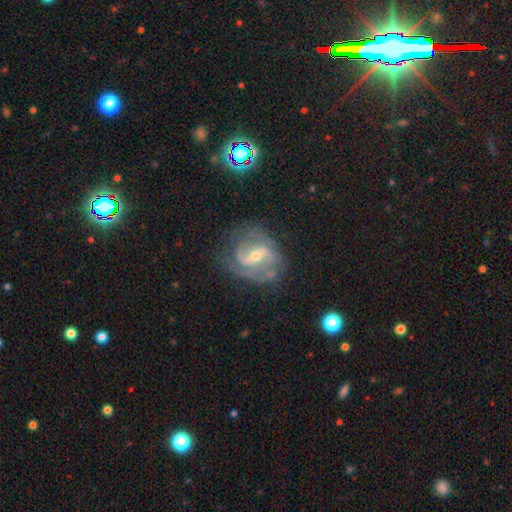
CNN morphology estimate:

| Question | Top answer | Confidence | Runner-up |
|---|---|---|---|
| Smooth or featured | featured or disk | 88% | star or artifact (6%) |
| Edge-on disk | no | 97% | yes (3%) |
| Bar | weak | 47% | strong (36%) |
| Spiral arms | yes | 96% | no (4%) |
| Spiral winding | medium | 53% | tight (27%) |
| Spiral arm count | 2 | 76% | 3 (9%) |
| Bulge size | small | 55% | moderate (42%) |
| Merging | none | 69% | minor disturbance (19%) |